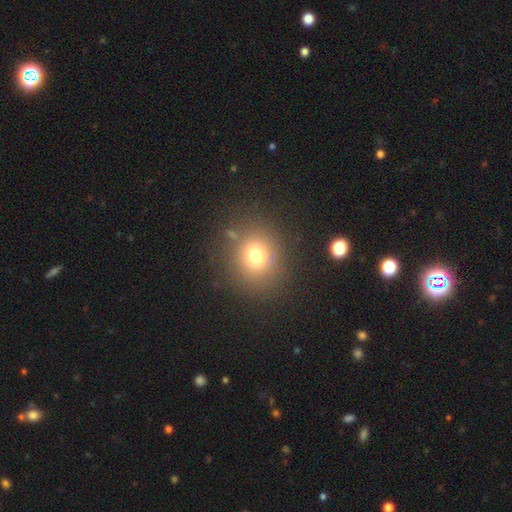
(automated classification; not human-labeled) This is likely a smooth galaxy (73%). How rounded: likely round (77%). Merging: clearly none (81%).